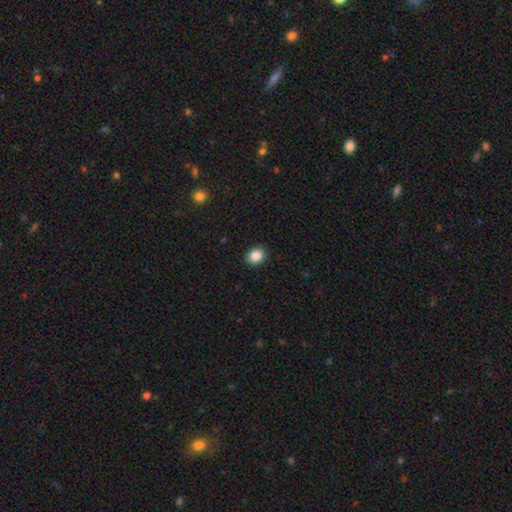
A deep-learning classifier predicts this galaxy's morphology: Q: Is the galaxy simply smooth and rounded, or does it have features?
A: smooth — 87%.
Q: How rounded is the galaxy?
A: round — 55%.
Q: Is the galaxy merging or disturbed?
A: none — 91%.